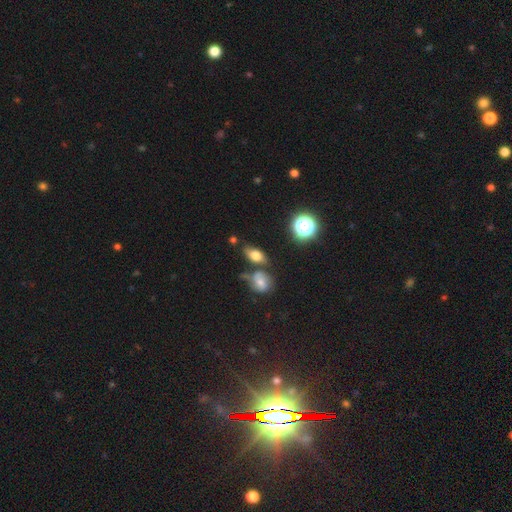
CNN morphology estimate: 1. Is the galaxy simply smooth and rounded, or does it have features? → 68% smooth, 17% featured or disk, 14% star or artifact.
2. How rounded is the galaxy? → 82% in between, 12% round, 6% cigar-shaped.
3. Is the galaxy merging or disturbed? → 60% none, 17% merger, 16% minor disturbance, 6% major disturbance.